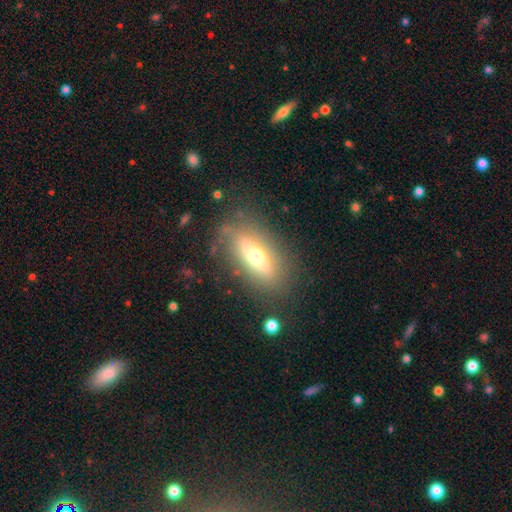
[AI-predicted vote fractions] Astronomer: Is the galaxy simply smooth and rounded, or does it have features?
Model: smooth — 48% (runner-up: featured or disk, 43%).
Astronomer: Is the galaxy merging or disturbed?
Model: none — 79%.